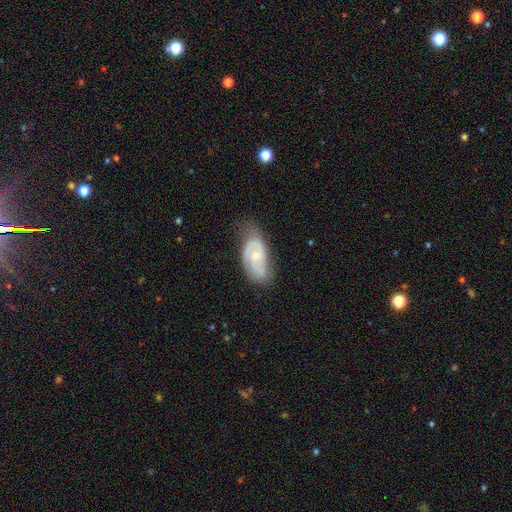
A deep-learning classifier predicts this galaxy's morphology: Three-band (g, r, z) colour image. It shows a featured or disk galaxy (70%) with no bar (61%), 2 (69%) medium (44%) spiral arms (90%) and a small central bulge (64%). Merging: none (55%).